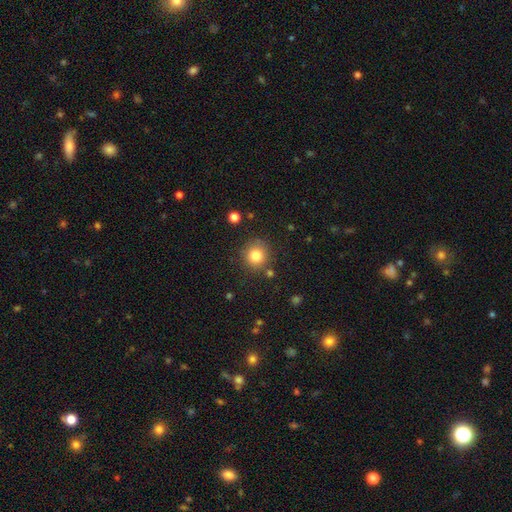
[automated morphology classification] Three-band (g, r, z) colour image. It shows a smooth galaxy with no disk features (81%) that is round (92%). Merging: none (83%).